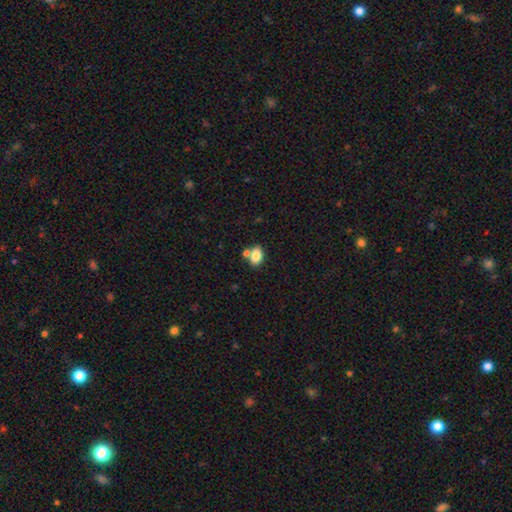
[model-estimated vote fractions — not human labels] Smooth or featured? smooth (82%)
How rounded? in between (82%)
Merging? none (57%)